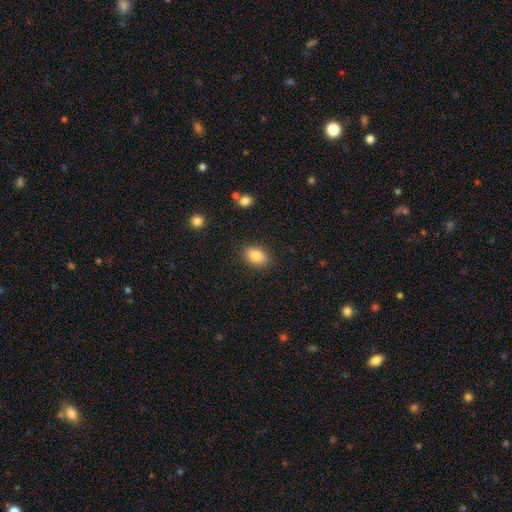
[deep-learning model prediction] A smooth galaxy with no disk features (85%) that is in between round and cigar-shaped (87%).

Vote fractions:
- Smooth or featured? smooth: 85% / star or artifact: 8% / featured or disk: 7%
- How rounded? in between: 87% / round: 11% / cigar-shaped: 2%
- Merging? none: 87% / minor disturbance: 9% / major disturbance: 2% / merger: 1%